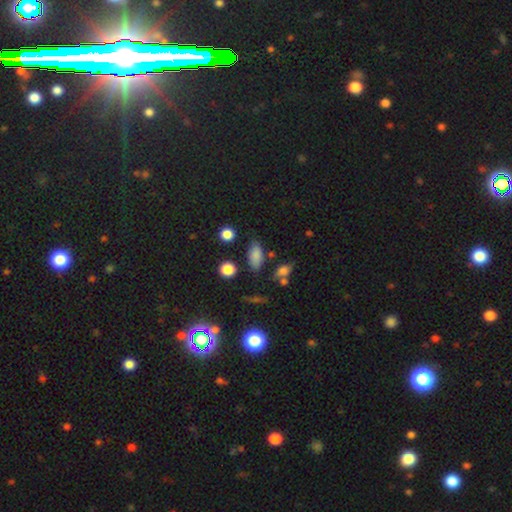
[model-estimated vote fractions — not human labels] This is clearly a smooth galaxy (81%). How rounded: clearly in between (85%). Merging: likely none (74%).